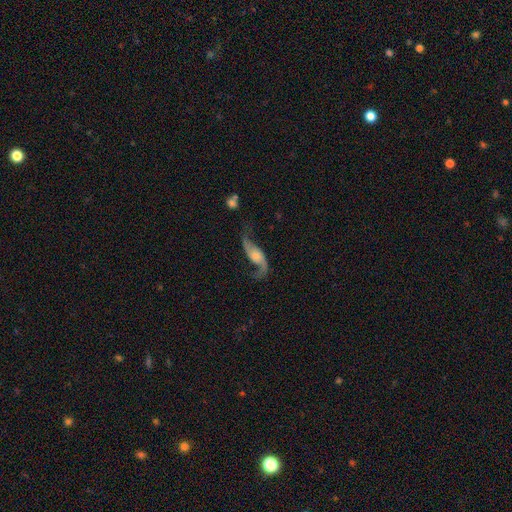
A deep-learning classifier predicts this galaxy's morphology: The model was most divided on "bulge size": small: 44%, moderate: 35%, none: 10%, large: 8%, dominant: 2%. More confident: spiral arms — yes (94%); edge-on disk — no (93%); spiral arm count — 2 (89%); spiral winding — loose (84%); smooth or featured — featured or disk (83%); bar — no (62%); merging — none (61%).